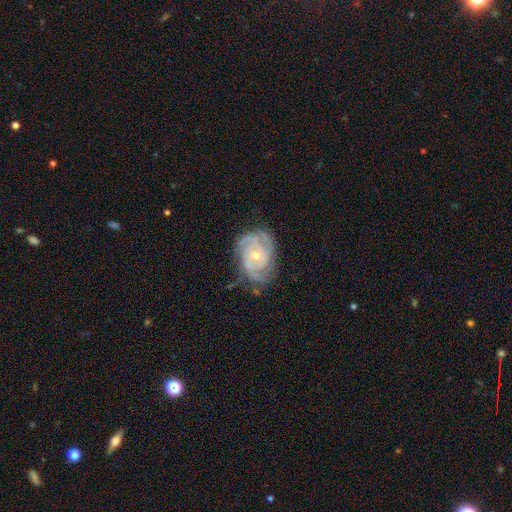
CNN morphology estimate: A featured or disk galaxy (88%) with no bar (69%), 3 (36%) tight (69%) spiral arms (97%) and a small central bulge (57%). Merging: none (68%).